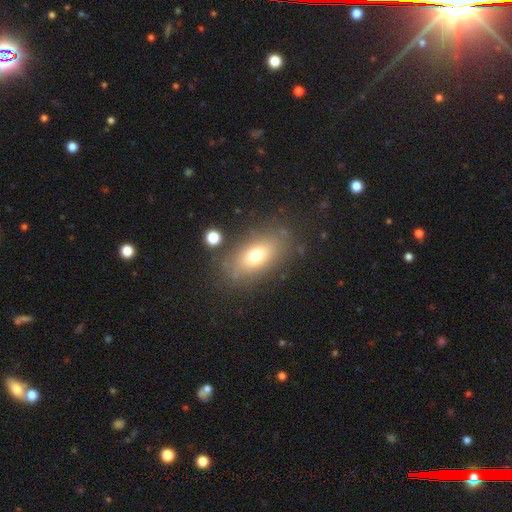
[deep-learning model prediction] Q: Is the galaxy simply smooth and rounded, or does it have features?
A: smooth — 69%.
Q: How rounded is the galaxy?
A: in between — 81%.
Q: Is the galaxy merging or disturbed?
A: none — 79%.